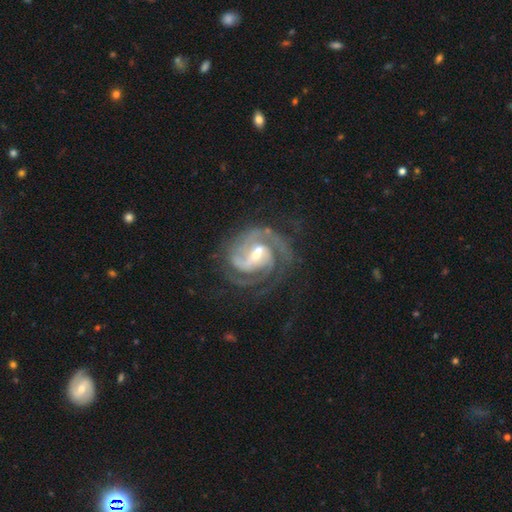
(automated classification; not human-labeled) A featured or disk galaxy (91%) with a weak bar (48%), 2 (42%) tight (56%) spiral arms (98%) and a moderate central bulge (48%). Merging: none (66%).